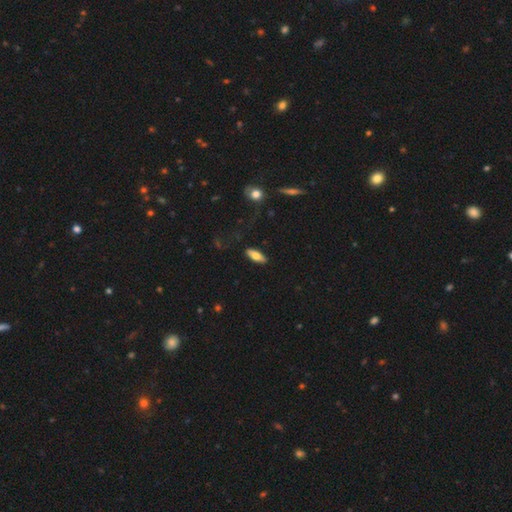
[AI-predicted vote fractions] The model was most divided on "how rounded": in between: 70%, cigar-shaped: 28%, round: 3%. More confident: merging — none (85%); smooth or featured — smooth (68%).